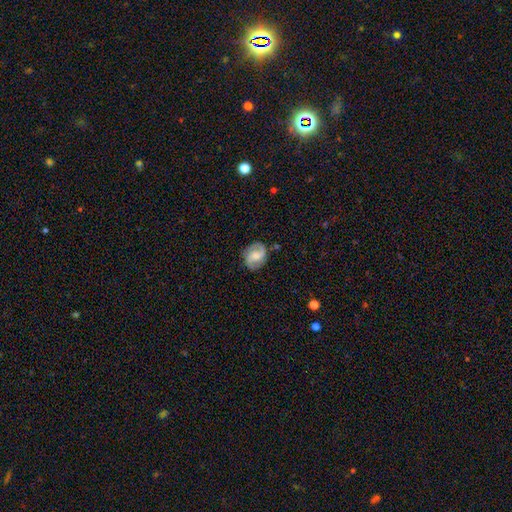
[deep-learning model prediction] Morphology: type=featured or disk (64%); edge-on=no (97%); bar=weak (47%); spiral arms=yes (90%); winding=medium (48%); arm count=2 (86%); bulge=moderate (49%); merging=none (78%).